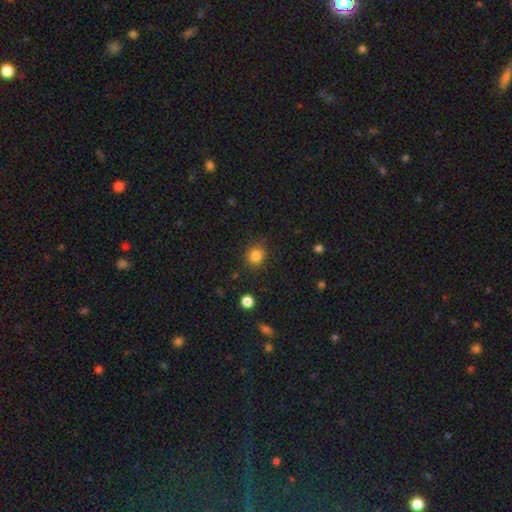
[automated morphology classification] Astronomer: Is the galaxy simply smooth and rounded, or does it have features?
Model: smooth — 84%.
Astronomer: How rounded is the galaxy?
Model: round — 84%.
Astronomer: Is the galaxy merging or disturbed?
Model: none — 85%.